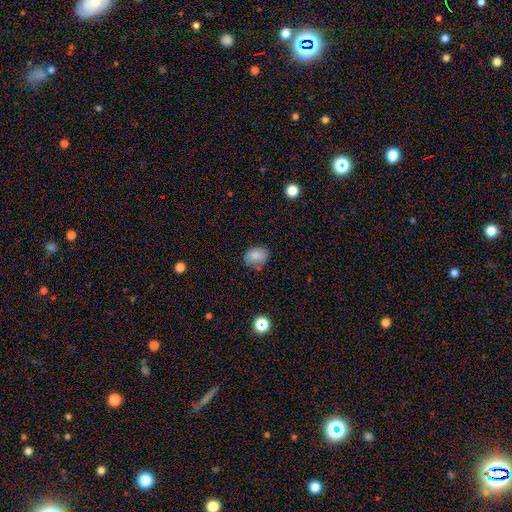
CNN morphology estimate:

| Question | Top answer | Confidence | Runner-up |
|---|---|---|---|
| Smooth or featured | smooth | 84% | star or artifact (9%) |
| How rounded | in between | 66% | round (33%) |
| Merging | none | 75% | minor disturbance (18%) |